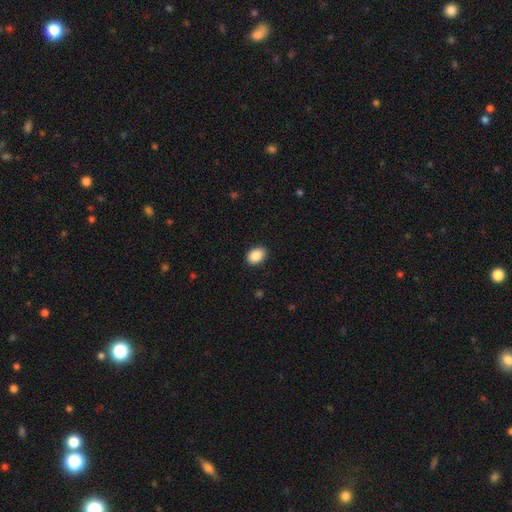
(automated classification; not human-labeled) Morphology: type=smooth (89%); roundness=in between (76%); merging=none (88%).